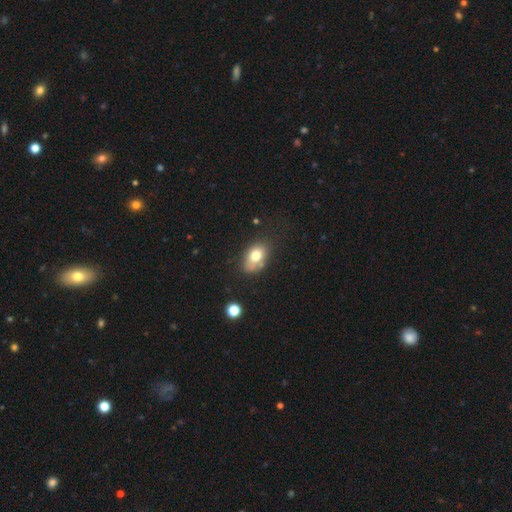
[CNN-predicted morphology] smooth 74%, featured or disk 16%, star or artifact 9%. Down the decision tree: how rounded — in between (83%); merging — none (62%).